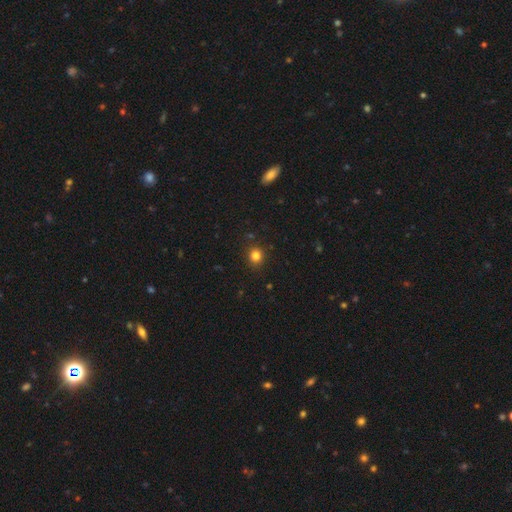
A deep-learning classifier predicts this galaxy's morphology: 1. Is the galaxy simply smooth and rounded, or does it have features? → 81% smooth, 14% star or artifact, 5% featured or disk.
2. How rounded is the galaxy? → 84% round, 15% in between, 1% cigar-shaped.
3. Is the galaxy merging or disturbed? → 89% none, 7% minor disturbance, 2% major disturbance, 1% merger.